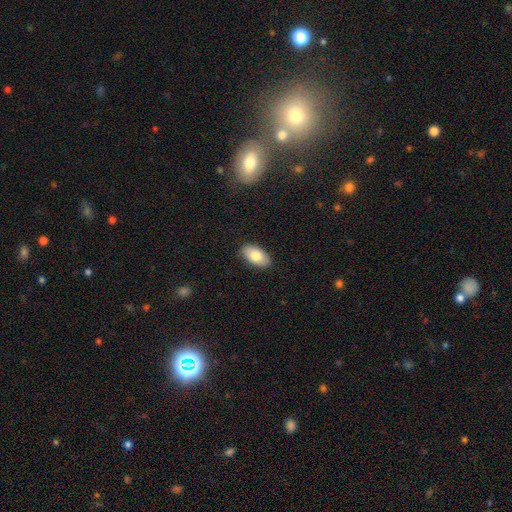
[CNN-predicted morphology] smooth-or-featured: smooth: 81% | featured or disk: 13% | star or artifact: 6%
  how-rounded: in between: 94% | round: 4% | cigar-shaped: 2%
  merging: none: 88% | minor disturbance: 9% | major disturbance: 2% | merger: 1%